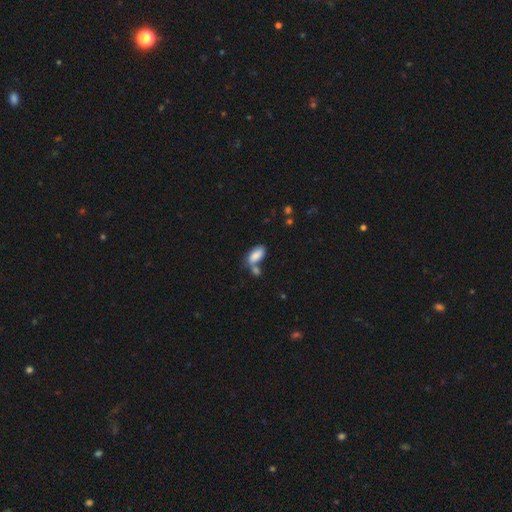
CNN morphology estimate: A smooth galaxy with no disk features (84%) that is in between round and cigar-shaped (89%).

Vote fractions:
- Smooth or featured? smooth: 84% / featured or disk: 9% / star or artifact: 7%
- How rounded? in between: 89% / cigar-shaped: 8% / round: 3%
- Merging? none: 44% / merger: 36% / minor disturbance: 15% / major disturbance: 6%